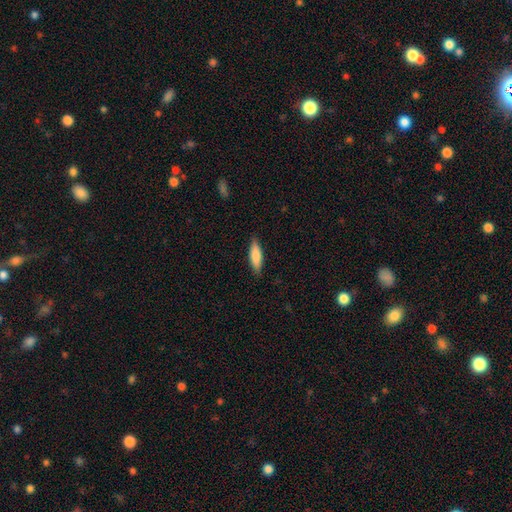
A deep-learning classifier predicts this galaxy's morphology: This appears to be a smooth galaxy with no disk features (81%) that is cigar-shaped (54%). Merging: none (87%).